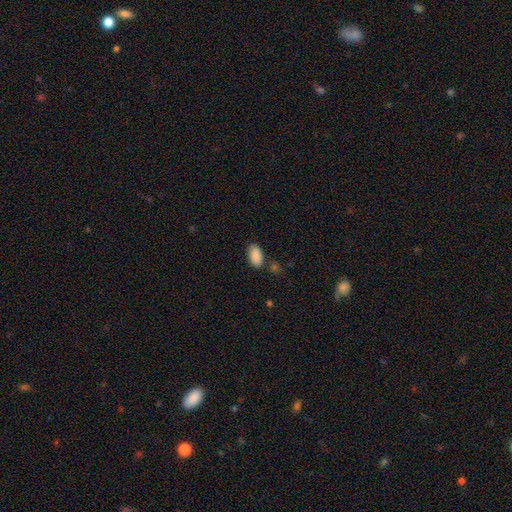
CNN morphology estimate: smooth 89%, star or artifact 7%, featured or disk 4%. Down the decision tree: how rounded — in between (94%); merging — none (79%).